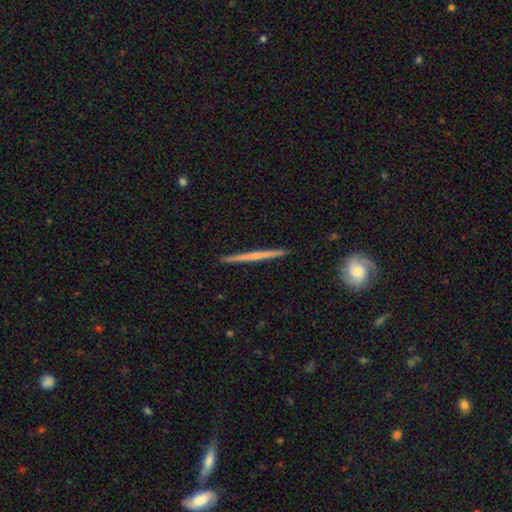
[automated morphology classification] type=featured or disk (60%); edge-on=yes (98%); edge-on bulge=none (79%); merging=none (92%).